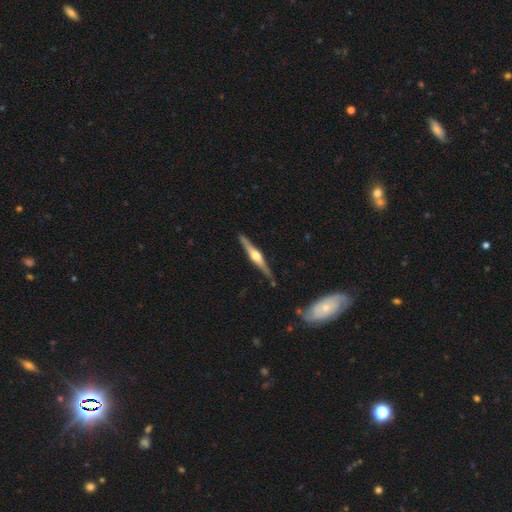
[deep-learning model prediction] smooth-or-featured: featured or disk: 77% | smooth: 18% | star or artifact: 5%
  disk-edge-on: yes: 98% | no: 2%
    edge-on-bulge: rounded: 92% | boxy: 5% | none: 3%
  merging: none: 86% | minor disturbance: 10% | merger: 2% | major disturbance: 2%